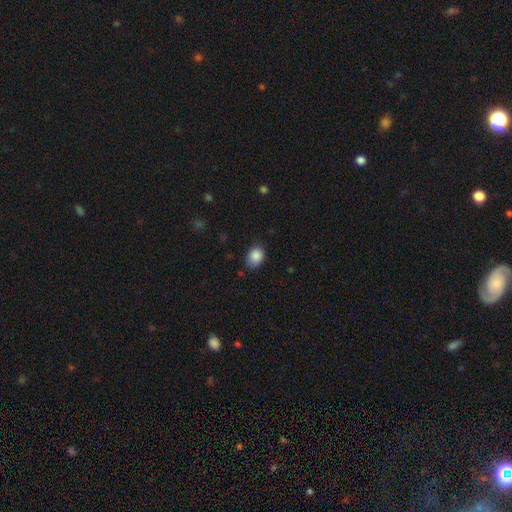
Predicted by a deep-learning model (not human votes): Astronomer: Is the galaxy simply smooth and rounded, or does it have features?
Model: smooth — 87%.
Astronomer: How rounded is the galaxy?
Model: in between — 62% (runner-up: round, 37%).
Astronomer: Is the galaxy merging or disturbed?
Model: none — 74%.